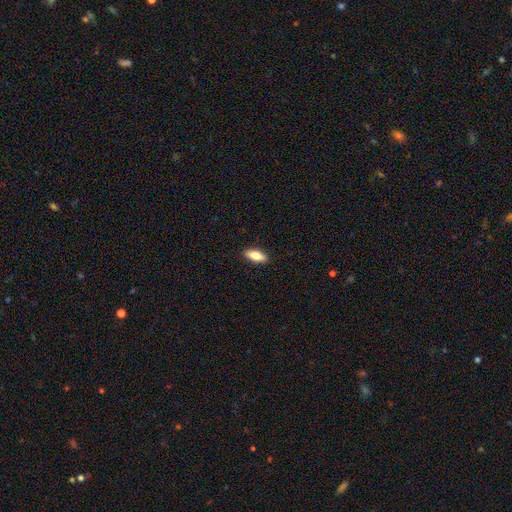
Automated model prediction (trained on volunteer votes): smooth 78%, featured or disk 16%, star or artifact 6%. Down the decision tree: how rounded — in between (78%); merging — none (90%).